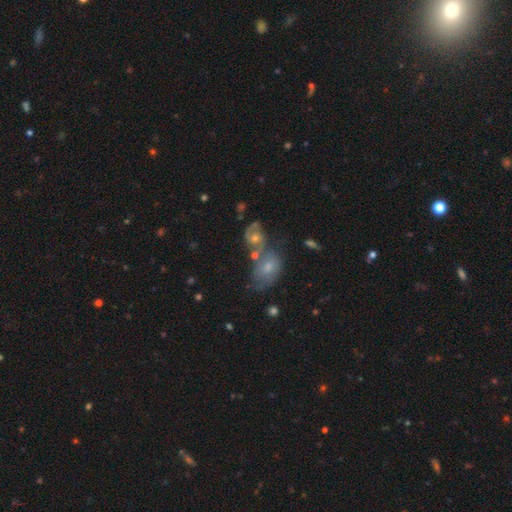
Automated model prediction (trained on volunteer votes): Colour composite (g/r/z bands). It shows a featured or disk galaxy (47%). Merging: merger (43%).